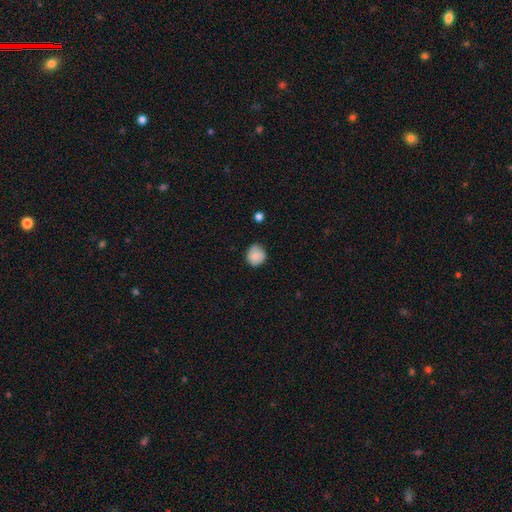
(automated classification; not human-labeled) smooth 79%, featured or disk 12%, star or artifact 8%. Down the decision tree: how rounded — round (83%); merging — none (74%).